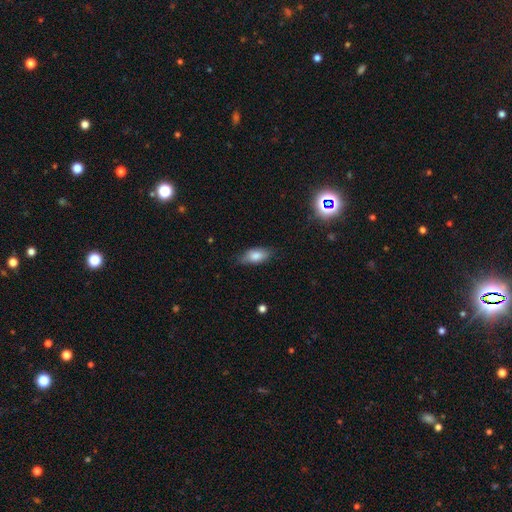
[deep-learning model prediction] smooth-or-featured: smooth: 78% | featured or disk: 14% | star or artifact: 8%
  how-rounded: in between: 86% | cigar-shaped: 11% | round: 4%
  merging: none: 76% | minor disturbance: 19% | major disturbance: 4% | merger: 1%